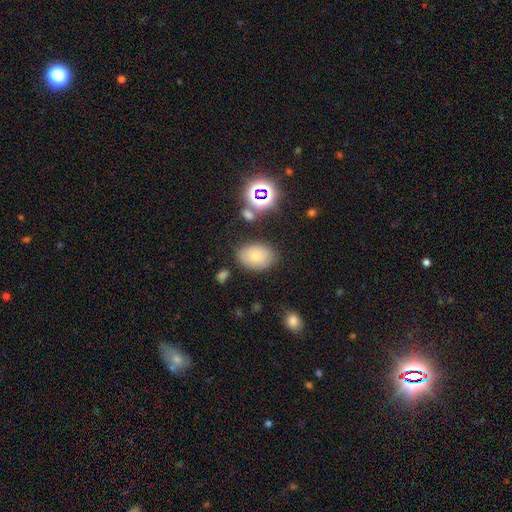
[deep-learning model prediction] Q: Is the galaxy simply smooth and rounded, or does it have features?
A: smooth — 74%.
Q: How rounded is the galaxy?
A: in between — 81%.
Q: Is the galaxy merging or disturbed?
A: none — 76%.